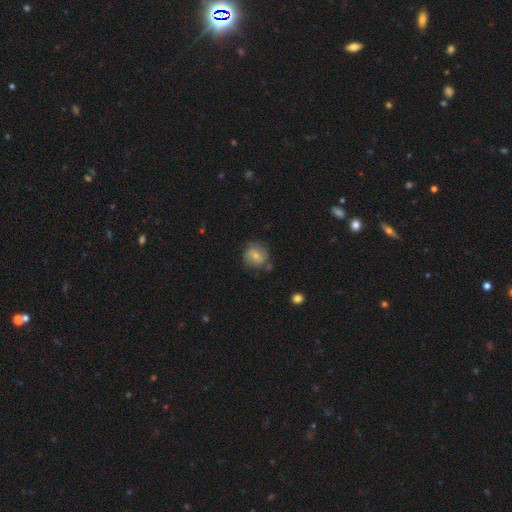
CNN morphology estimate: A smooth galaxy with no disk features (63%) that is round (81%).

Vote fractions:
- Smooth or featured? smooth: 63% / featured or disk: 27% / star or artifact: 10%
- How rounded? round: 81% / in between: 18% / cigar-shaped: 1%
- Merging? none: 68% / minor disturbance: 20% / merger: 6% / major disturbance: 6%